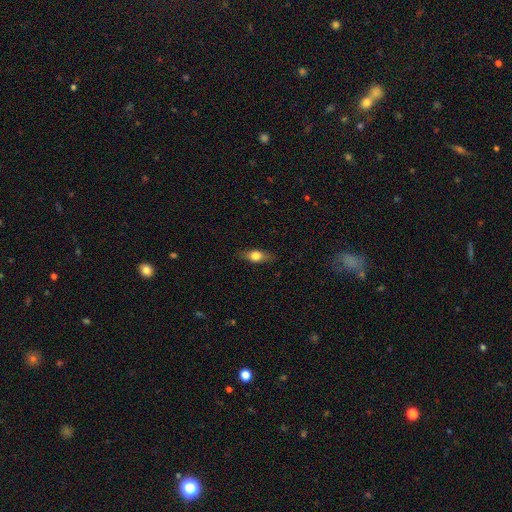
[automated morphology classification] Smooth or featured? smooth (63%)
How rounded? in between (65%)
Merging? none (84%)